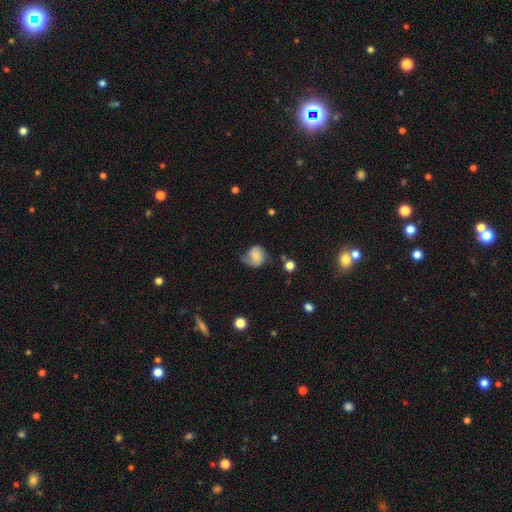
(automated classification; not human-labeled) This appears to be a smooth galaxy with no disk features (54%) that is round (72%). Merging: none (42%).